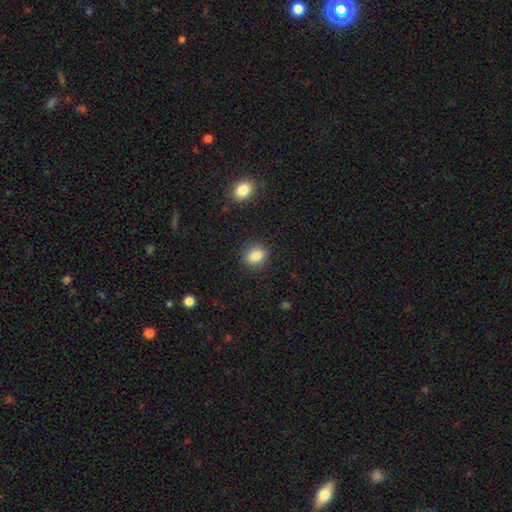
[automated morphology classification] Smooth or featured: smooth — 84% (star or artifact — 9%)
How rounded: round — 50% (in between — 48%)
Merging: none — 87% (minor disturbance — 9%)